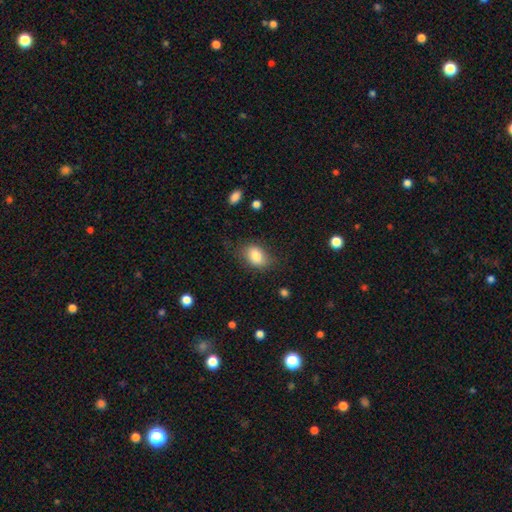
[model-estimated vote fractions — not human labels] The model was most divided on "merging": none: 70%, minor disturbance: 21%, major disturbance: 7%, merger: 1%. More confident: how rounded — in between (82%); smooth or featured — smooth (82%).